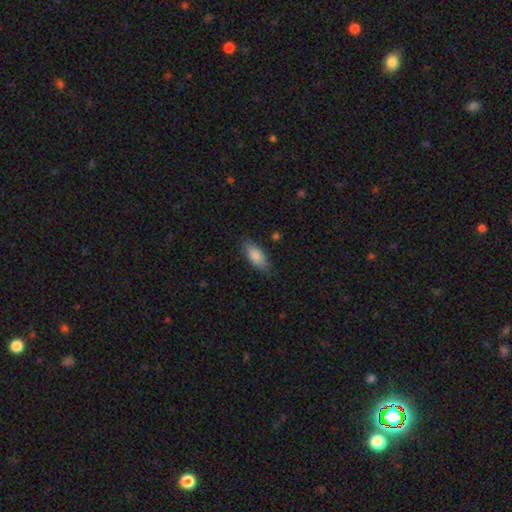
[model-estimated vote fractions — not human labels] A smooth galaxy with no disk features (86%) that is in between round and cigar-shaped (84%).

Vote fractions:
- Smooth or featured? smooth: 86% / featured or disk: 8% / star or artifact: 6%
- How rounded? in between: 84% / cigar-shaped: 14% / round: 2%
- Merging? none: 80% / minor disturbance: 15% / major disturbance: 3% / merger: 1%